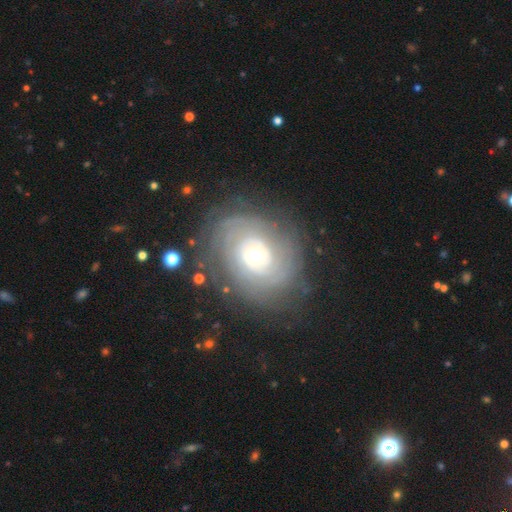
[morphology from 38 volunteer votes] smooth_or_featured: featured or disk (p=0.87) [alt: smooth p=0.11]
disk_edge_on: no (p=1.00)
bar: no (p=0.91) [alt: weak p=0.06]
has_spiral_arms: yes (p=0.94) [alt: no p=0.06]
spiral_winding: tight (p=0.84) [alt: medium p=0.16]
spiral_arm_count: can't tell (p=0.48) [alt: more than 4 p=0.29]
bulge_size: moderate (p=0.70) [alt: small p=0.21]
merging: none (p=0.89) [alt: minor disturbance p=0.11]